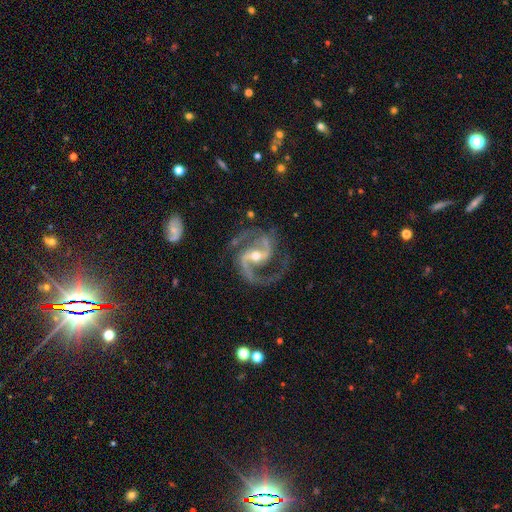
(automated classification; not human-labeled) This appears to be a featured or disk galaxy (94%) with a strong bar (41%), 2 (93%) medium (67%) spiral arms (99%) and a moderate central bulge (58%). Merging: none (73%).